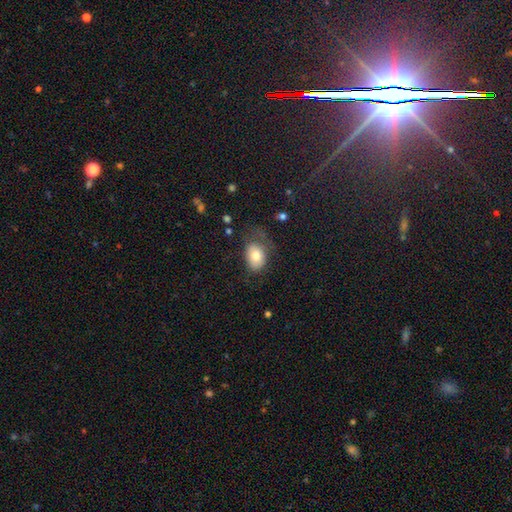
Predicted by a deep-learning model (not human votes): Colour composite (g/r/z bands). It shows a smooth galaxy with no disk features (77%) that is in between round and cigar-shaped (79%). Merging: none (50%).